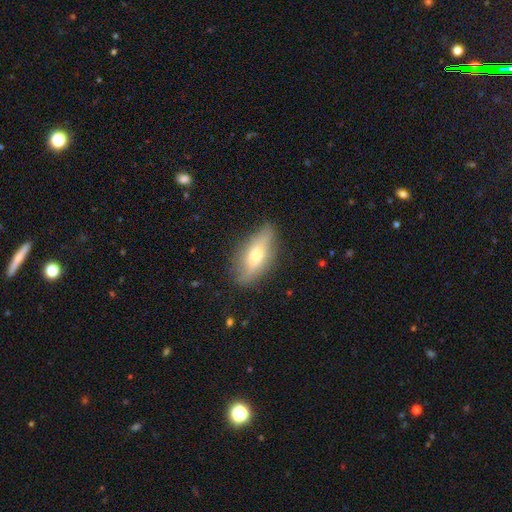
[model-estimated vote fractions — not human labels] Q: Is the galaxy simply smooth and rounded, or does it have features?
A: smooth — 47%.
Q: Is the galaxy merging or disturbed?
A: none — 79%.